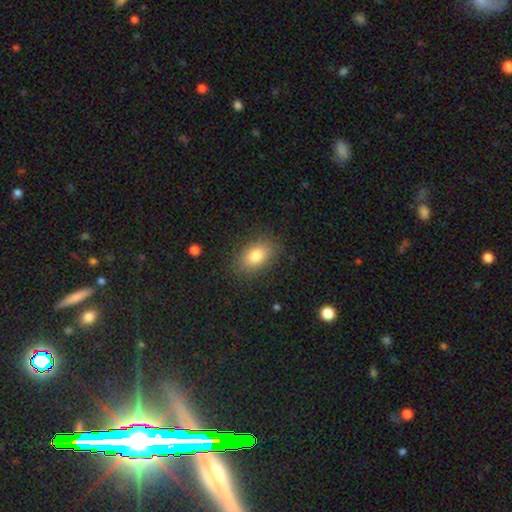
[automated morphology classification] Smooth or featured: smooth — 81% (featured or disk — 10%)
How rounded: in between — 85% (round — 13%)
Merging: none — 85% (minor disturbance — 11%)